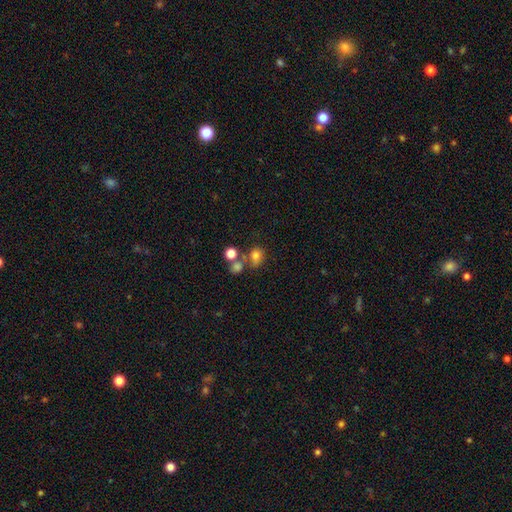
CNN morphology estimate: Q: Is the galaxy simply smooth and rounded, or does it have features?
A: smooth — 74%.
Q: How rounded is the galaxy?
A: round — 62%.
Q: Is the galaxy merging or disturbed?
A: none — 52%.